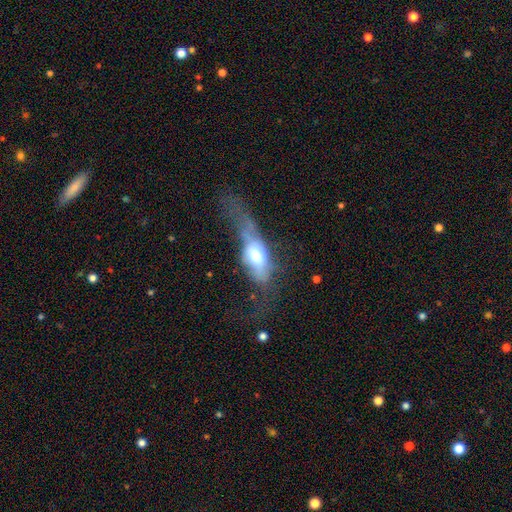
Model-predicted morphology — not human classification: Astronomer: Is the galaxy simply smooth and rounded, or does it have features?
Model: smooth — 53% (runner-up: featured or disk, 38%).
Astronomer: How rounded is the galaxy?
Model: in between — 73%.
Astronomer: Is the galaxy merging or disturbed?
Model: major disturbance — 52%.